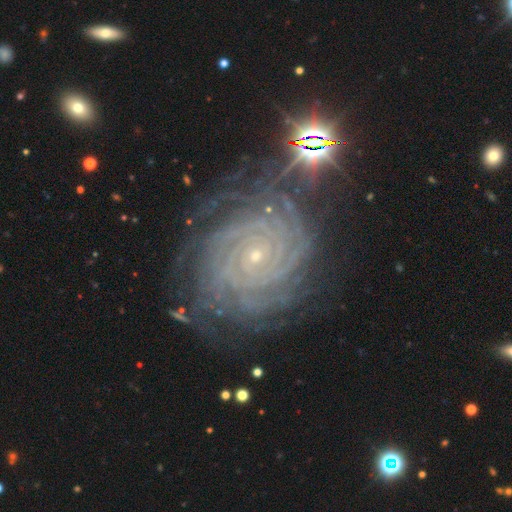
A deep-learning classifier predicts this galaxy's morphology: type=featured or disk (87%); edge-on=no (97%); bar=no (74%); spiral arms=yes (98%); winding=tight (86%); arm count=more than 4 (30%); bulge=small (86%); merging=none (78%).